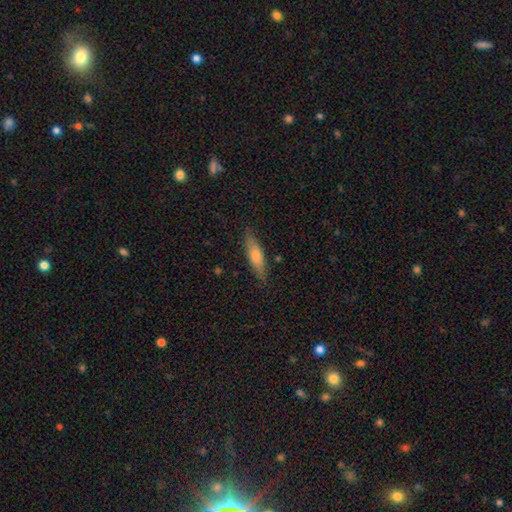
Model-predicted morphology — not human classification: Smooth or featured?
  - smooth: 71% *
  - featured or disk: 23%
  - star or artifact: 6%
How rounded?
  - cigar-shaped: 66% *
  - in between: 32%
  - round: 2%
Merging?
  - none: 83% *
  - minor disturbance: 13%
  - major disturbance: 3%
  - merger: 1%